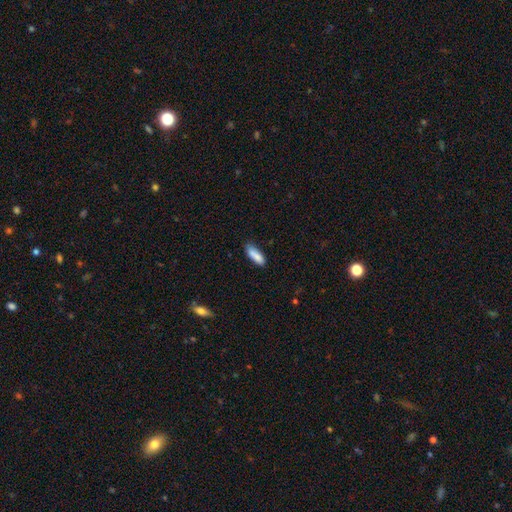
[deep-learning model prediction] Smooth or featured?
  - smooth: 84% *
  - featured or disk: 9%
  - star or artifact: 7%
How rounded?
  - in between: 55% *
  - cigar-shaped: 44%
  - round: 2%
Merging?
  - none: 69% *
  - minor disturbance: 21%
  - merger: 6%
  - major disturbance: 4%